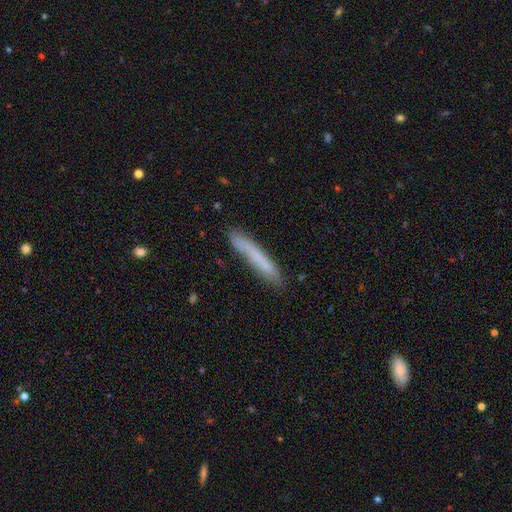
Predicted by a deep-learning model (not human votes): smooth 66%, featured or disk 27%, star or artifact 8%. Down the decision tree: how rounded — cigar-shaped (95%); merging — none (78%).